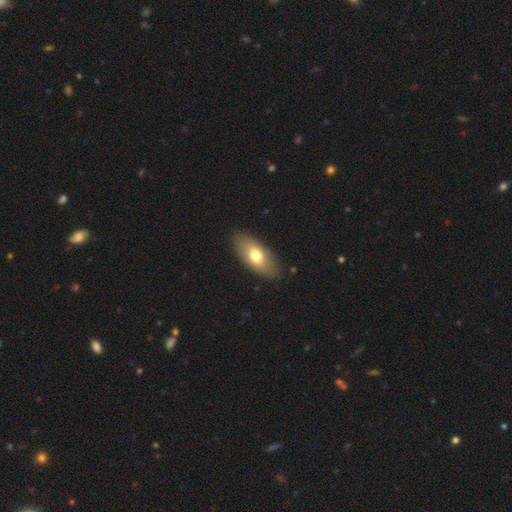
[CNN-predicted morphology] smooth 70%, featured or disk 24%, star or artifact 6%. Down the decision tree: how rounded — in between (88%); merging — none (86%).